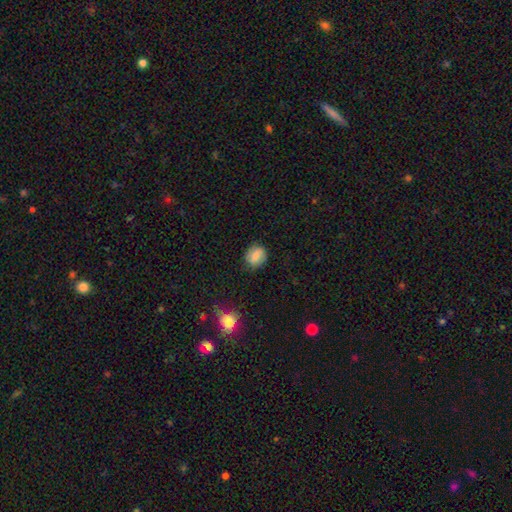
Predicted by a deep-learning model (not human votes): smooth_or_featured: smooth (p=0.71) [alt: featured or disk p=0.19]
how_rounded: round (p=0.60) [alt: in between p=0.39]
merging: none (p=0.79) [alt: minor disturbance p=0.15]